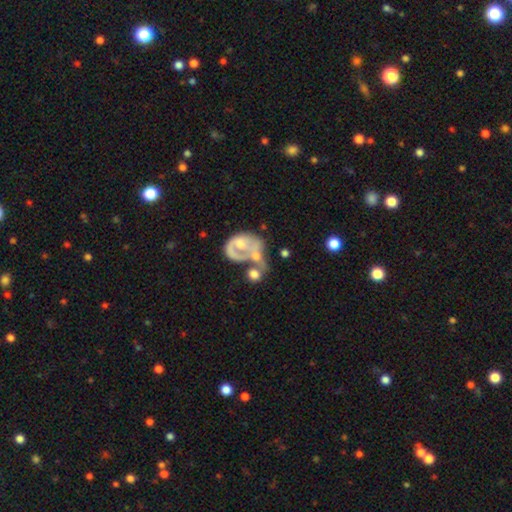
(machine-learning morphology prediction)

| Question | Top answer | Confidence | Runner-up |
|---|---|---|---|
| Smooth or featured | featured or disk | 60% | smooth (32%) |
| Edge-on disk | no | 97% | yes (3%) |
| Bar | no | 84% | weak (13%) |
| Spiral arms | no | 63% | yes (37%) |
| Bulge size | moderate | 44% | small (22%) |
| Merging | merger | 48% | major disturbance (23%) |